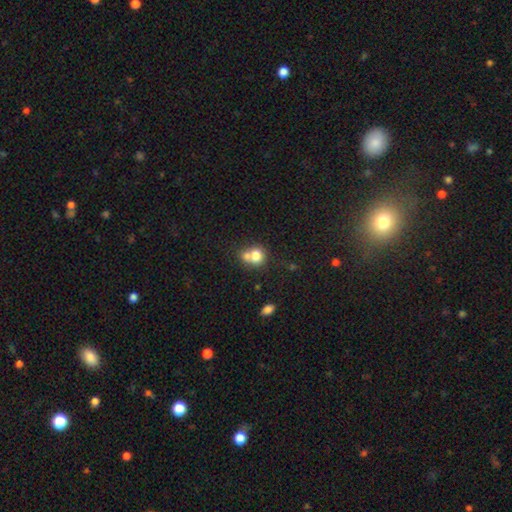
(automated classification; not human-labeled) The model was most divided on "merging": merger: 54%, none: 33%, minor disturbance: 9%, major disturbance: 4%. More confident: smooth or featured — smooth (75%); how rounded — round (71%).